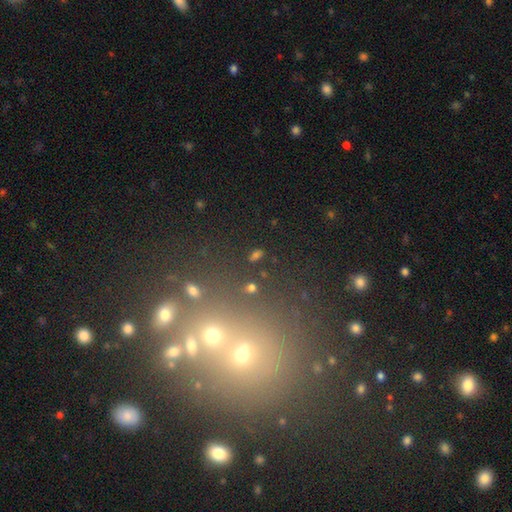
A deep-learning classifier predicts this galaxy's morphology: smooth_or_featured: smooth (p=0.43) [alt: star or artifact p=0.42]
merging: none (p=0.68) [alt: merger p=0.15]